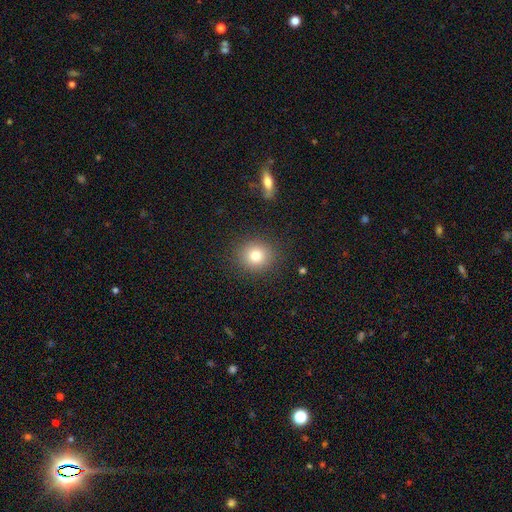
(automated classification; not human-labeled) A smooth galaxy with no disk features (80%) that is round (88%). Merging: none (89%).